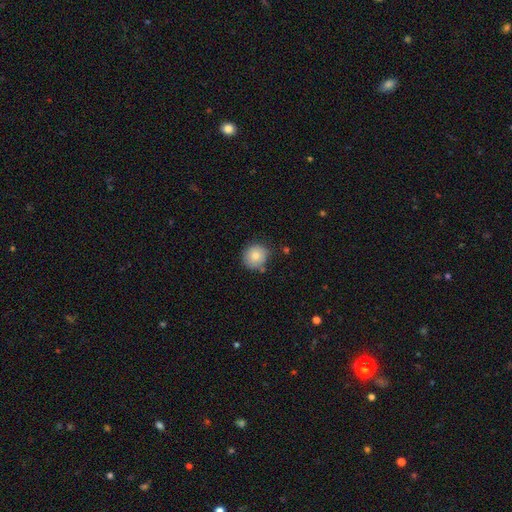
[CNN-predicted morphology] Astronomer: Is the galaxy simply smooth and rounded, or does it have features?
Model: smooth — 80%.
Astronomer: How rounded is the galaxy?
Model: round — 88%.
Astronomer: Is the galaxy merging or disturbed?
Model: none — 76%.